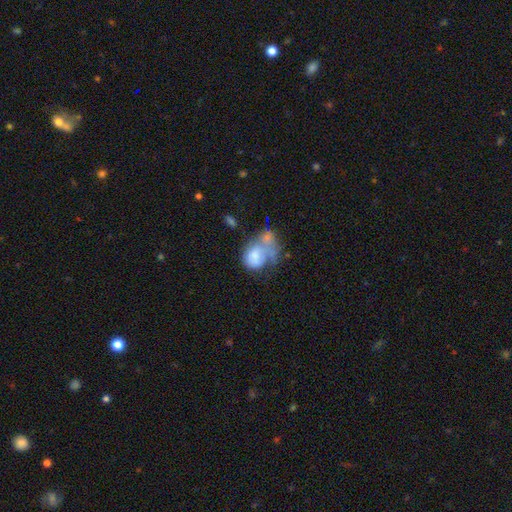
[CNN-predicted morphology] type=smooth (58%); roundness=in between (66%); merging=major disturbance (36%).